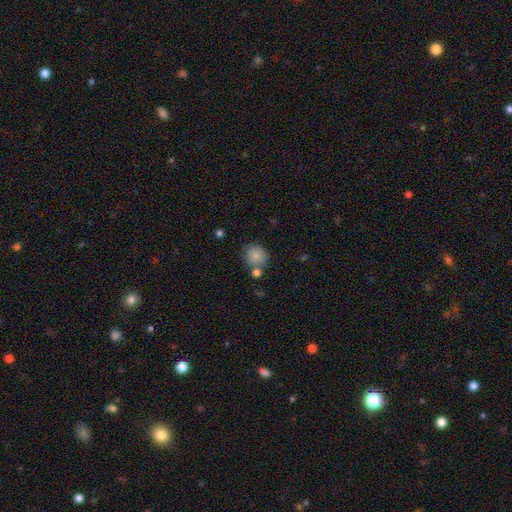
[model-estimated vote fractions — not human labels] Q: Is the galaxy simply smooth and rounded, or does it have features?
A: smooth — 86%.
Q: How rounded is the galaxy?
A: round — 86%.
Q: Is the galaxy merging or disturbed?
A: none — 66%.